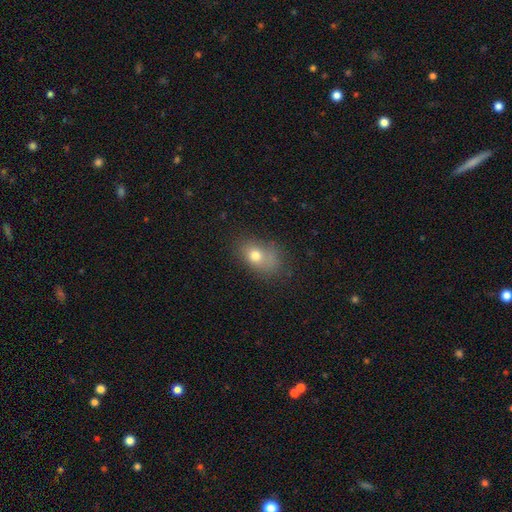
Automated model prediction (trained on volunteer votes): smooth 73%, featured or disk 15%, star or artifact 13%. Down the decision tree: how rounded — in between (71%); merging — none (47%).